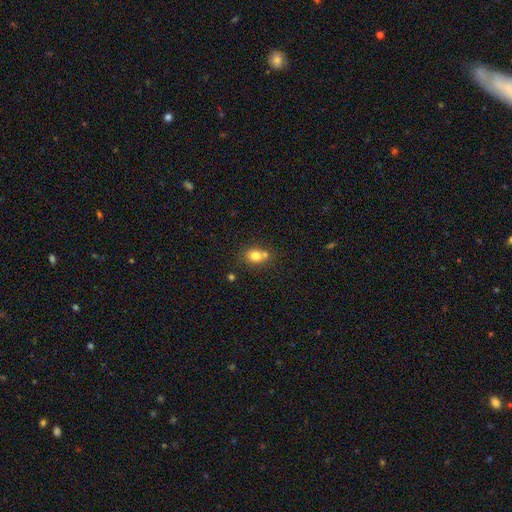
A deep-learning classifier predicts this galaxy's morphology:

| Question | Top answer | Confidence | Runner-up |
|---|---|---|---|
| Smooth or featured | smooth | 77% | featured or disk (12%) |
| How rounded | round | 51% | in between (48%) |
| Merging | none | 49% | merger (35%) |